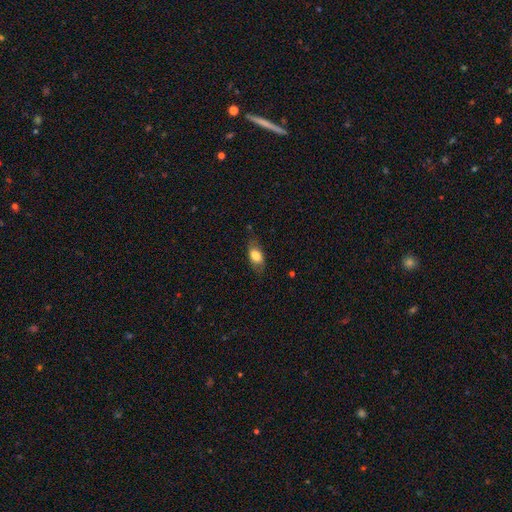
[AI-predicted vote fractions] smooth-or-featured: smooth: 75% | featured or disk: 18% | star or artifact: 7%
  how-rounded: in between: 84% | cigar-shaped: 9% | round: 7%
  merging: none: 72% | minor disturbance: 20% | major disturbance: 6% | merger: 1%